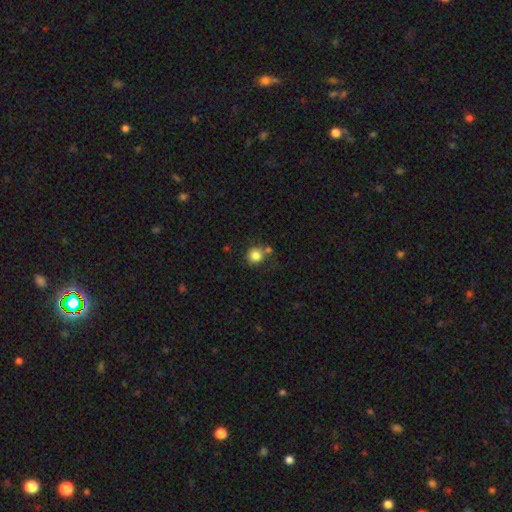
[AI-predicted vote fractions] This is clearly a smooth galaxy (83%). How rounded: clearly round (90%). Merging: likely none (68%).